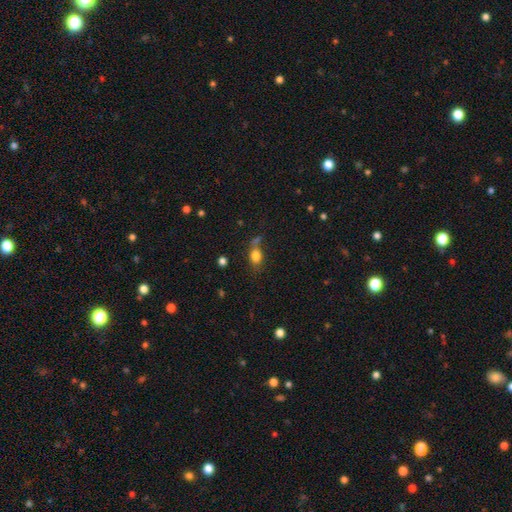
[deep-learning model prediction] Overall: smooth (81%). How rounded: in between (67%; round 30%). Merging: none (56%; minor disturbance 20%).